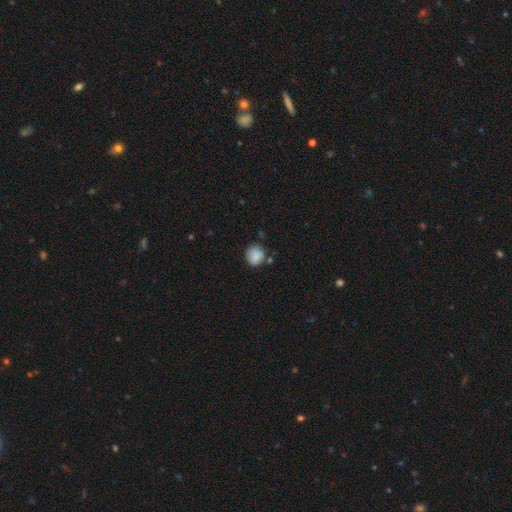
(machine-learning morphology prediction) Smooth or featured: smooth — 81% (featured or disk — 10%)
How rounded: round — 80% (in between — 19%)
Merging: none — 67% (minor disturbance — 23%)